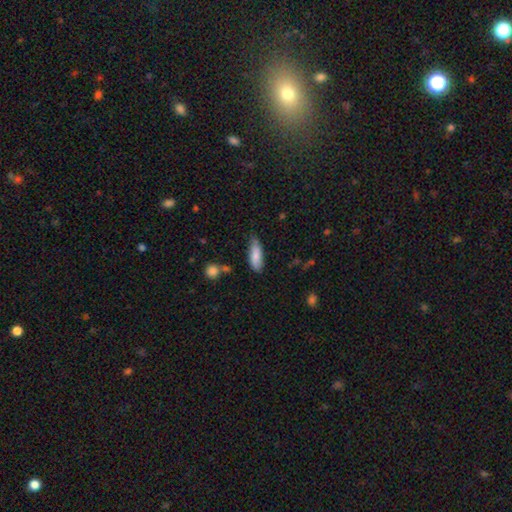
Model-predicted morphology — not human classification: The model was most divided on "merging": none: 57%, minor disturbance: 34%, major disturbance: 6%, merger: 3%. More confident: smooth or featured — smooth (79%); how rounded — in between (70%).